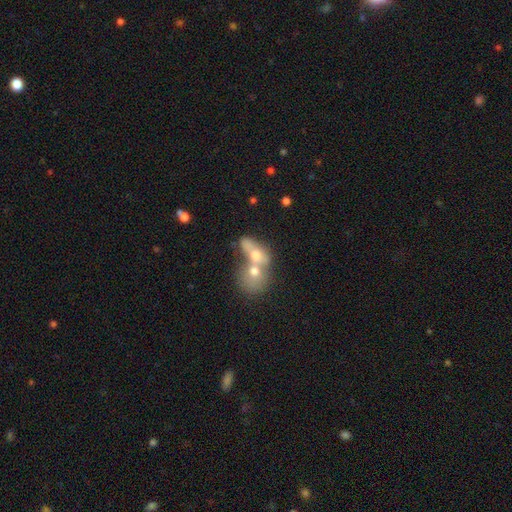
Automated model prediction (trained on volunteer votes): Morphology: type=smooth (57%); roundness=in between (60%); merging=merger (79%).